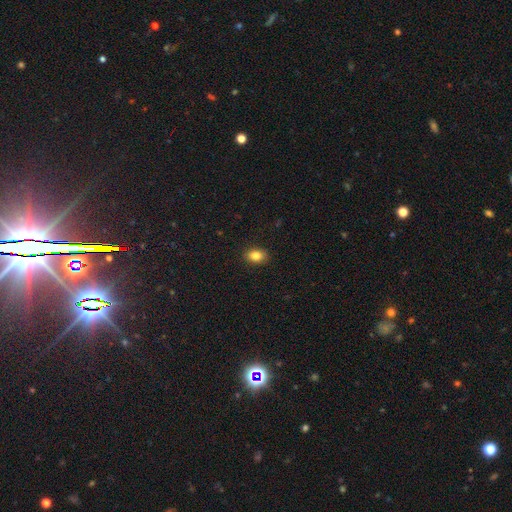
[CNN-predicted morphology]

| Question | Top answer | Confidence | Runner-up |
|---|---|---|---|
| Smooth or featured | smooth | 84% | star or artifact (9%) |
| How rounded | in between | 79% | round (20%) |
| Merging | none | 90% | minor disturbance (7%) |